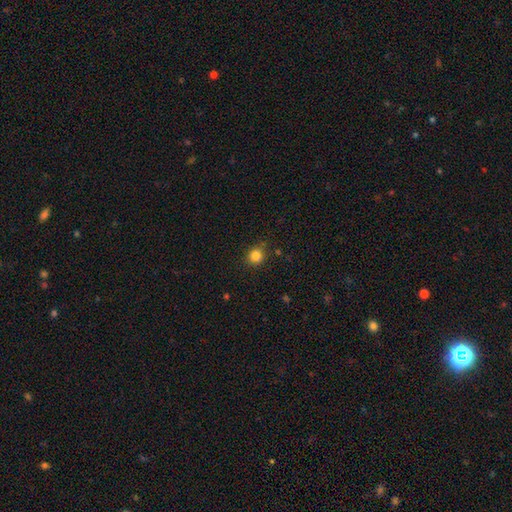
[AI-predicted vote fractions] This is clearly a smooth galaxy (84%). How rounded: clearly round (86%). Merging: clearly none (83%).